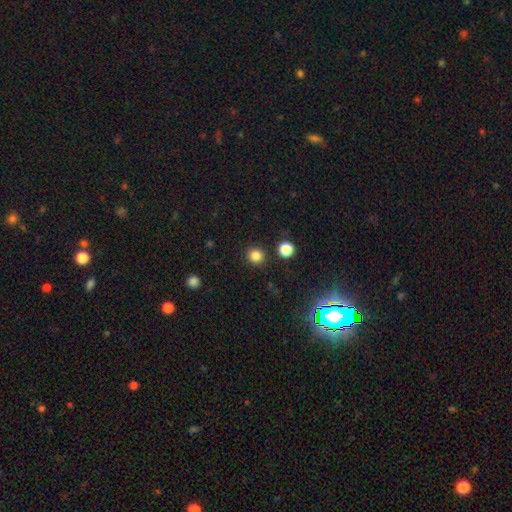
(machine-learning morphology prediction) A smooth galaxy with no disk features (83%) that is round (93%). Merging: none (91%).